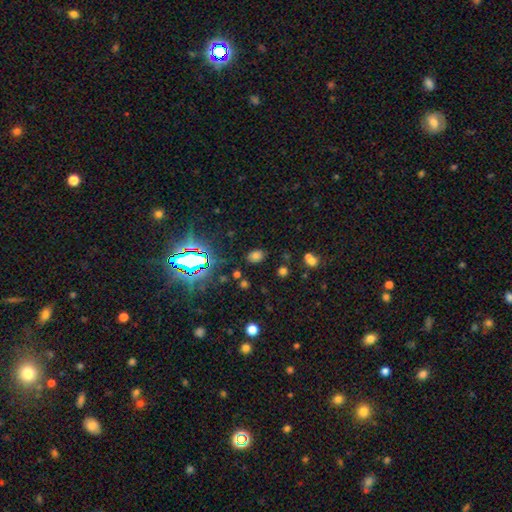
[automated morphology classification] smooth 66%, star or artifact 27%, featured or disk 8%. Down the decision tree: how rounded — in between (64%); merging — none (82%).